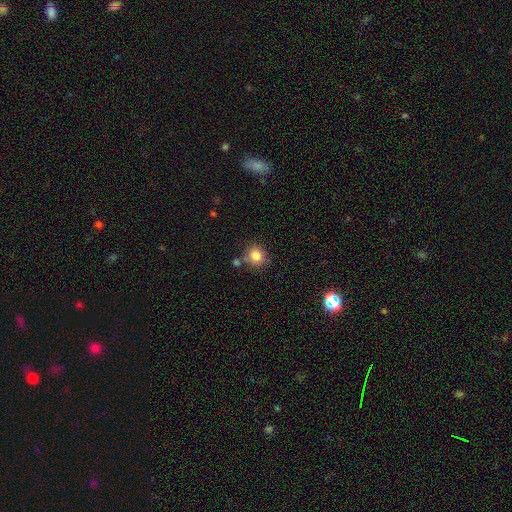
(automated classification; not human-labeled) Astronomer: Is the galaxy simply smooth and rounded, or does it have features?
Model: smooth — 83%.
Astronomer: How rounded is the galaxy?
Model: round — 84%.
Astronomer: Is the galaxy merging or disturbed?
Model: none — 74%.